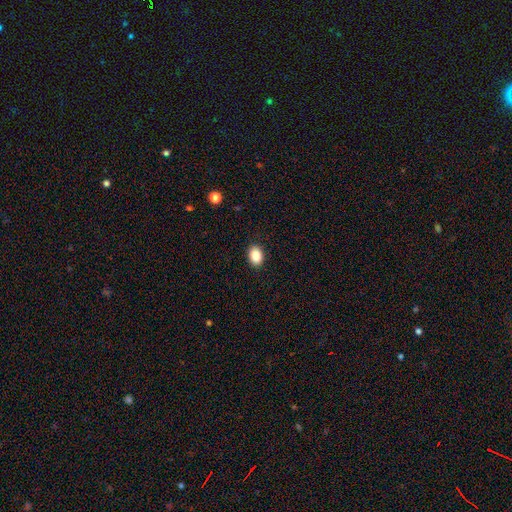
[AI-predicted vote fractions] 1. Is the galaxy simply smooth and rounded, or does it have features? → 87% smooth, 9% star or artifact, 4% featured or disk.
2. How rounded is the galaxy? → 74% in between, 25% round, 1% cigar-shaped.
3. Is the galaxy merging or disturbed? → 90% none, 7% minor disturbance, 2% major disturbance, 1% merger.